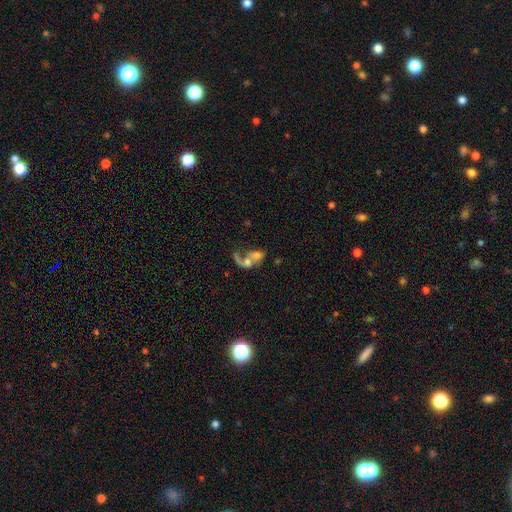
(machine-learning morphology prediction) Q: Smooth or featured?
A: featured or disk (50%); runner-up: smooth (39%)
Q: Edge-on disk?
A: no (96%); runner-up: yes (4%)
Q: Merging?
A: merger (68%); runner-up: major disturbance (15%)